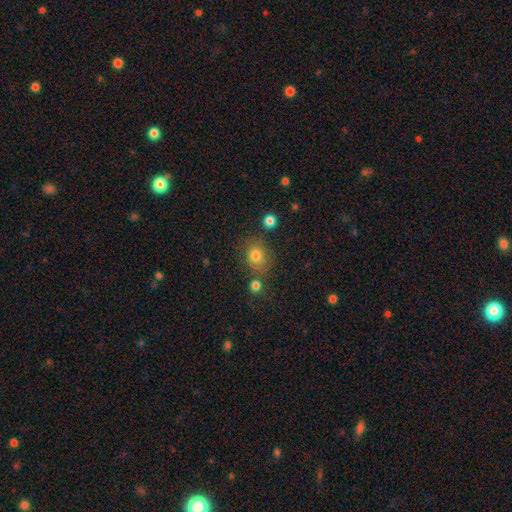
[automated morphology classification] A smooth galaxy with no disk features (77%) that is round (72%). Merging: none (67%).